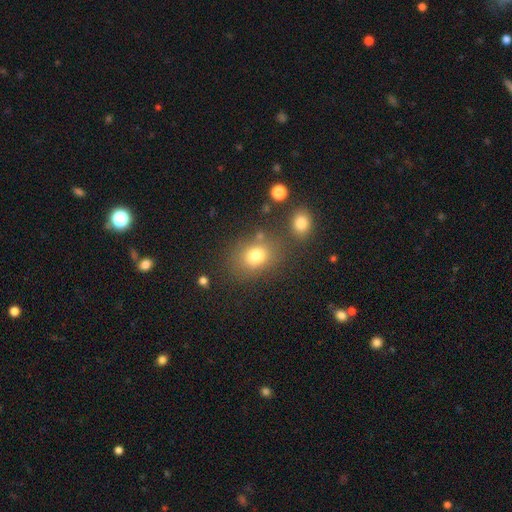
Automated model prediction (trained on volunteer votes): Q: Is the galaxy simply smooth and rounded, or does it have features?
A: smooth — 77%.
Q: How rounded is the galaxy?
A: in between — 52%.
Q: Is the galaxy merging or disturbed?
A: none — 68%.